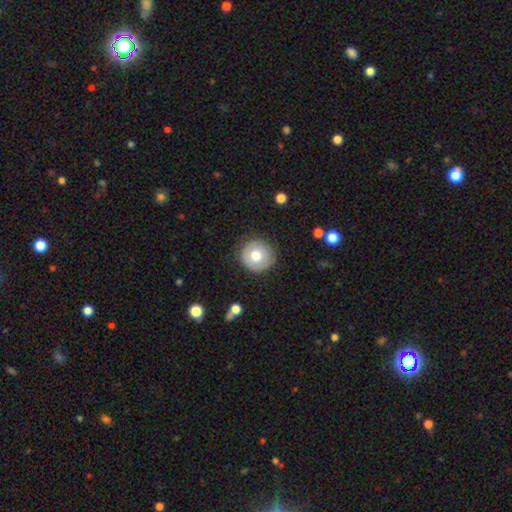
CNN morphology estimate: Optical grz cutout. It shows a smooth galaxy with no disk features (68%) that is round (93%). Merging: none (85%).